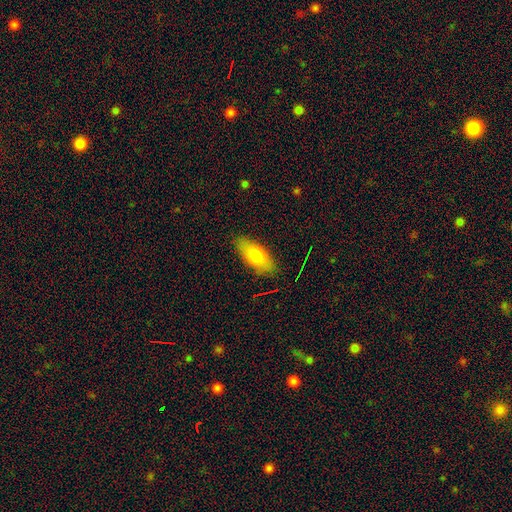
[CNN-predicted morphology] A smooth galaxy with no disk features (75%) that is in between round and cigar-shaped (84%).

Vote fractions:
- Smooth or featured? smooth: 75% / featured or disk: 17% / star or artifact: 8%
- How rounded? in between: 84% / cigar-shaped: 12% / round: 4%
- Merging? none: 84% / minor disturbance: 12% / major disturbance: 3% / merger: 1%